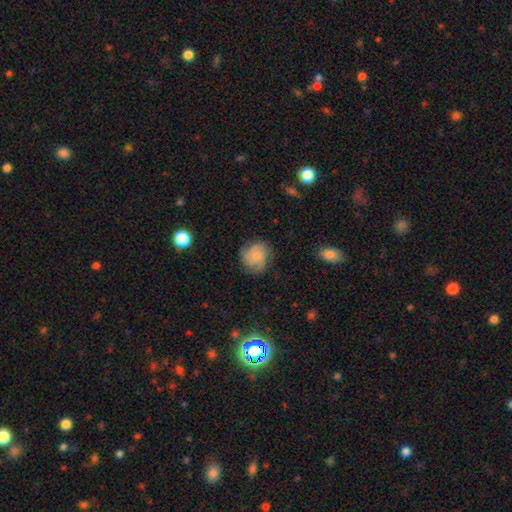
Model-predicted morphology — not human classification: The model was most divided on "smooth or featured": smooth: 50%, featured or disk: 41%, star or artifact: 9%. More confident: how rounded — round (82%); merging — none (74%).